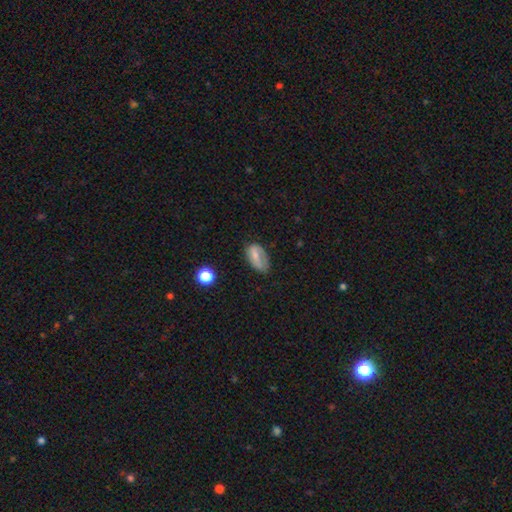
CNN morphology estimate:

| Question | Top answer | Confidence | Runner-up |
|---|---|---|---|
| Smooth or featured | smooth | 62% | featured or disk (29%) |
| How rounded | in between | 89% | round (7%) |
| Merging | none | 57% | minor disturbance (29%) |